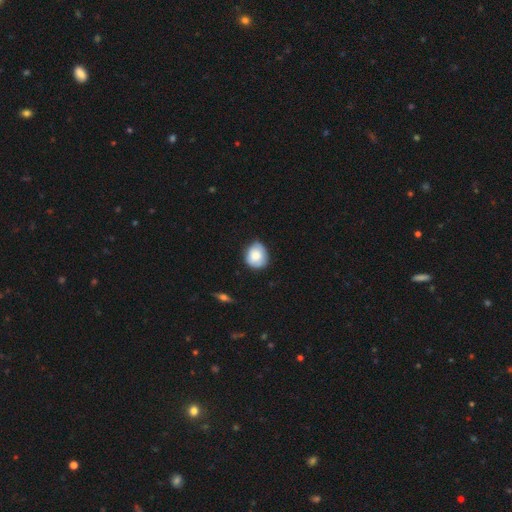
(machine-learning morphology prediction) The model was most divided on "how rounded": round: 69%, in between: 30%, cigar-shaped: 1%. More confident: smooth or featured — smooth (81%); merging — none (69%).